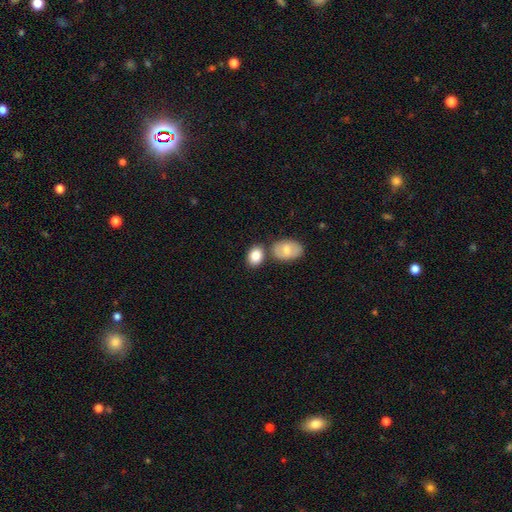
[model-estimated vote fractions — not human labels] Smooth or featured? smooth (85%)
How rounded? in between (74%)
Merging? none (62%)